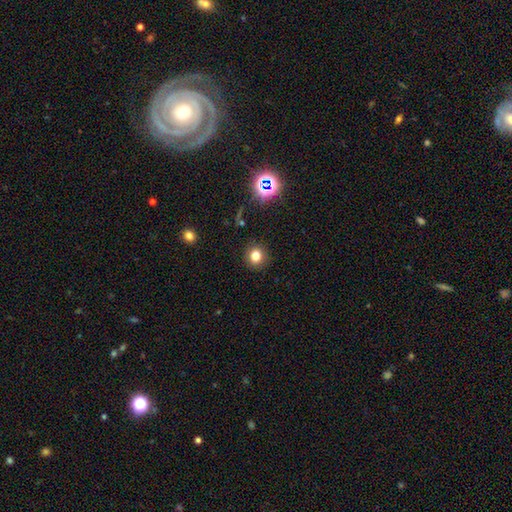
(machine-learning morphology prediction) Smooth or featured? smooth (77%)
How rounded? round (84%)
Merging? none (90%)